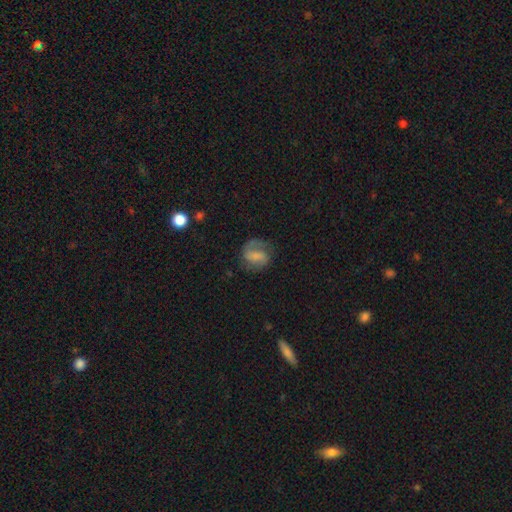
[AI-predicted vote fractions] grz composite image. It shows a featured or disk galaxy (63%) with a weak bar (45%), 2 (74%) medium (48%) spiral arms (90%) and no central bulge (36%). Merging: none (63%).